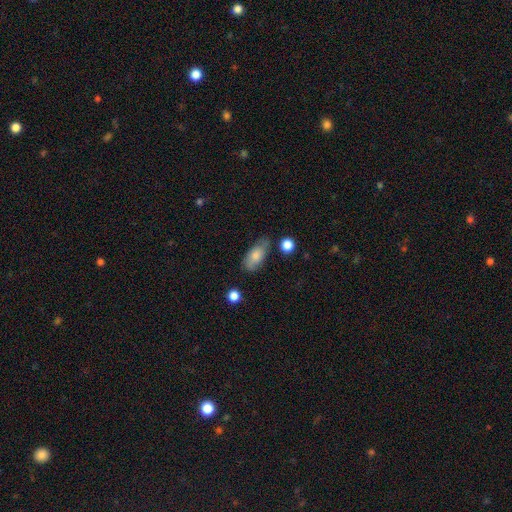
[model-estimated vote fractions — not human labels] This appears to be a smooth galaxy with no disk features (73%) that is in between round and cigar-shaped (87%). Merging: none (65%).